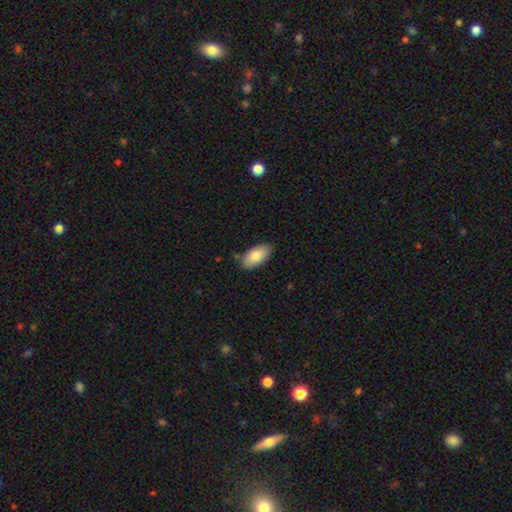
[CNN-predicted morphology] A smooth galaxy with no disk features (81%) that is in between round and cigar-shaped (93%). Merging: none (80%).